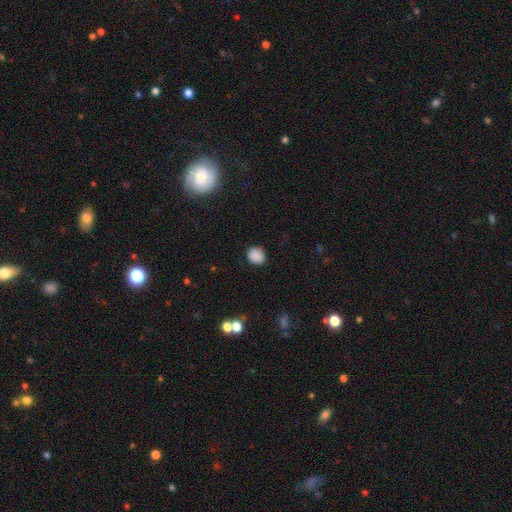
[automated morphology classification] smooth 87%, star or artifact 10%, featured or disk 3%. Down the decision tree: how rounded — round (68%); merging — none (86%).